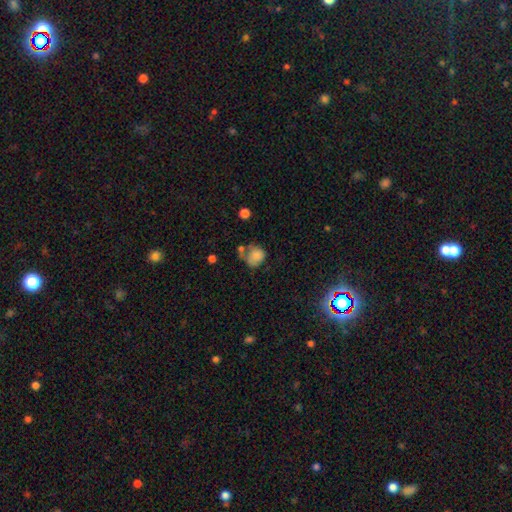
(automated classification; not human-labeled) This appears to be a smooth galaxy with no disk features (75%) that is round (63%). Merging: none (34%).